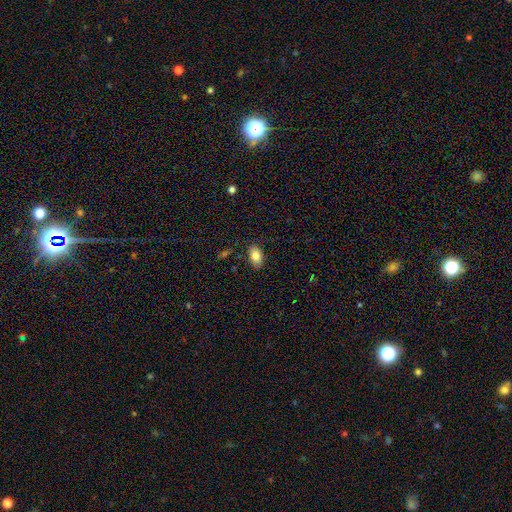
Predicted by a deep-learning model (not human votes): Morphology: type=smooth (83%); roundness=in between (91%); merging=none (84%).